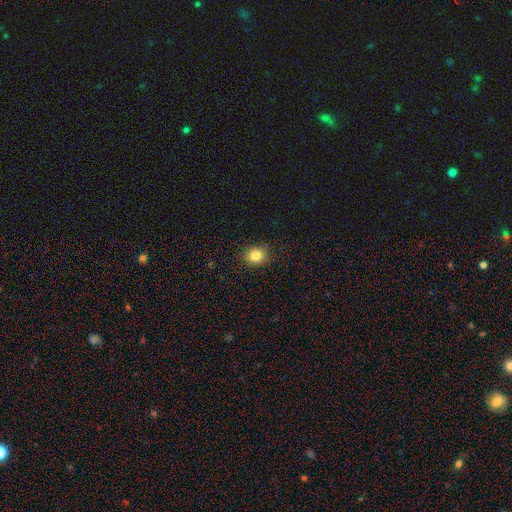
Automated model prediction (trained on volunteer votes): smooth-or-featured: smooth: 82% | star or artifact: 11% | featured or disk: 6%
  how-rounded: round: 70% | in between: 30% | cigar-shaped: 1%
  merging: none: 89% | minor disturbance: 8% | major disturbance: 2% | merger: 1%